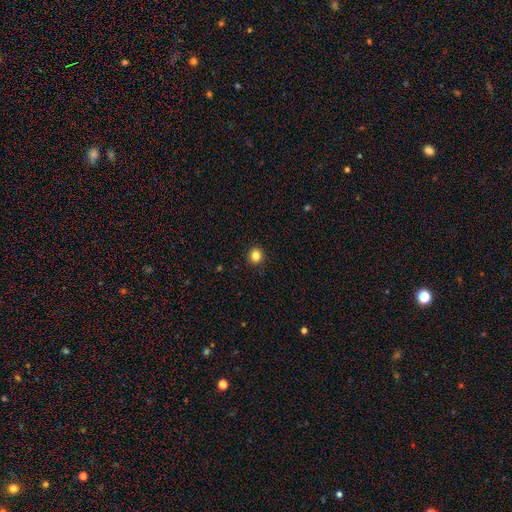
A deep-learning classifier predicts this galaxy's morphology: Smooth or featured? smooth (84%)
How rounded? round (89%)
Merging? none (93%)